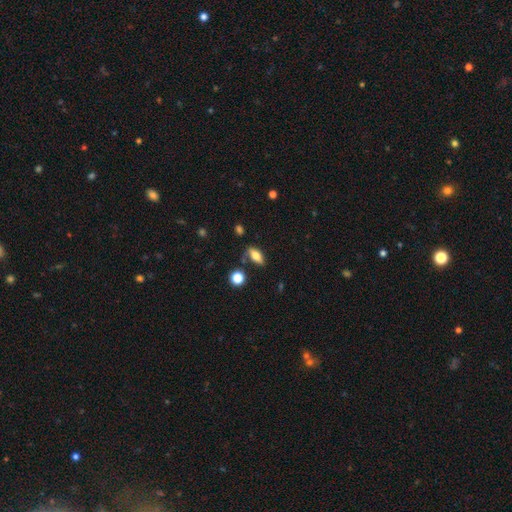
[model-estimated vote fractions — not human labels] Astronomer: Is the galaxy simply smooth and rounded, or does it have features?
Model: smooth — 69%.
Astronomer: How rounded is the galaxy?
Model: in between — 79%.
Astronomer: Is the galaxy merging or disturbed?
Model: none — 62%.